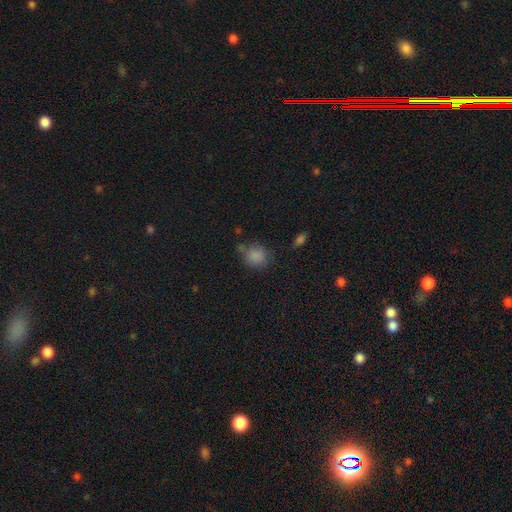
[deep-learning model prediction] smooth-or-featured: smooth: 84% | star or artifact: 10% | featured or disk: 5%
  how-rounded: round: 74% | in between: 25% | cigar-shaped: 1%
  merging: none: 61% | minor disturbance: 22% | merger: 10% | major disturbance: 7%